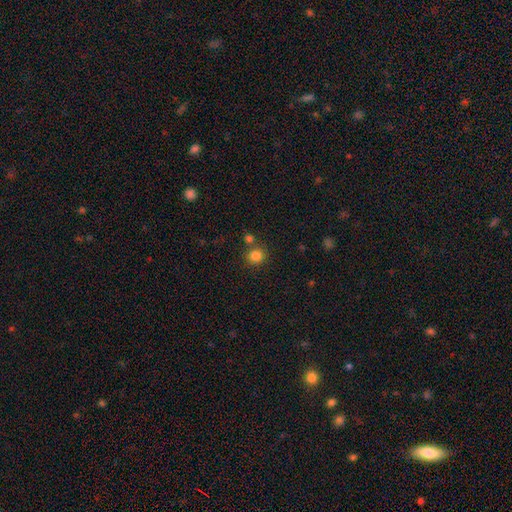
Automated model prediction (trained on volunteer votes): The model was most divided on "merging": none: 74%, merger: 15%, minor disturbance: 9%, major disturbance: 3%. More confident: how rounded — round (86%); smooth or featured — smooth (83%).